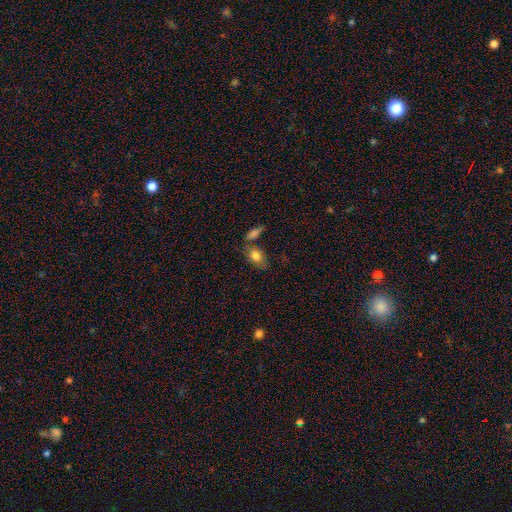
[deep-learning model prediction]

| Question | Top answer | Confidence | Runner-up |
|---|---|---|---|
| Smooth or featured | smooth | 78% | featured or disk (14%) |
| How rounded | in between | 84% | round (13%) |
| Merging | none | 57% | merger (19%) |